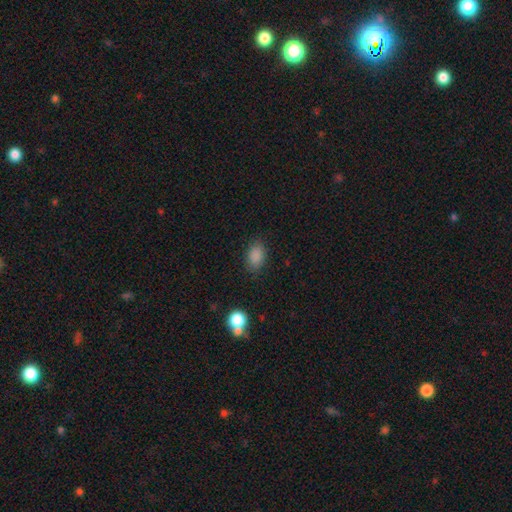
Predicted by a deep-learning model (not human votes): Q: Smooth or featured?
A: smooth (86%); runner-up: star or artifact (10%)
Q: How rounded?
A: in between (84%); runner-up: round (14%)
Q: Merging?
A: none (84%); runner-up: minor disturbance (11%)